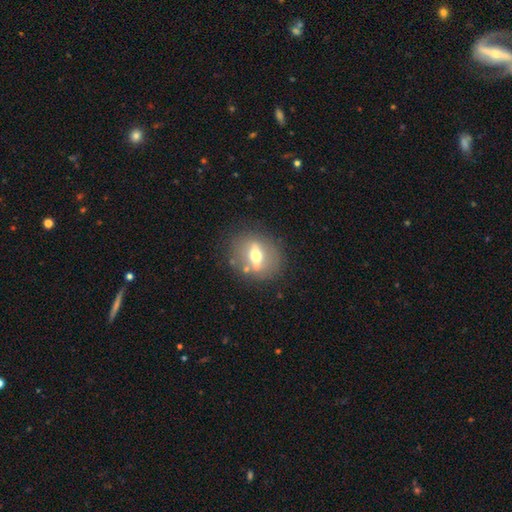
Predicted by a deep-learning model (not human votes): Smooth or featured? featured or disk (58%)
Edge-on disk? no (52%)
Merging? none (79%)